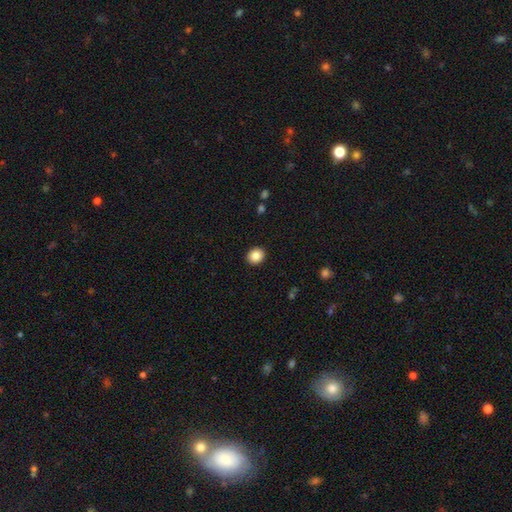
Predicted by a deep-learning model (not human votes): A smooth galaxy with no disk features (86%) that is round (72%). Merging: none (92%).